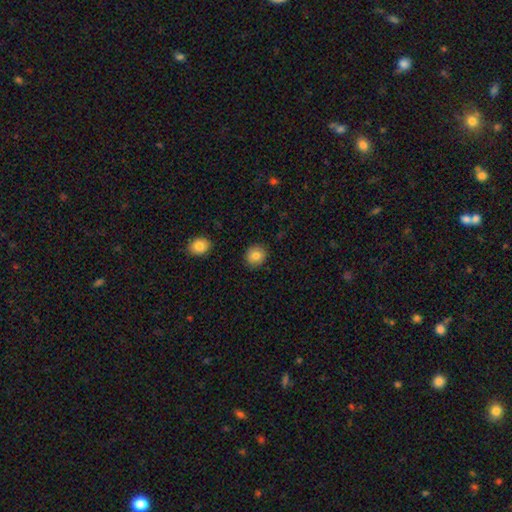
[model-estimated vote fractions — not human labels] Smooth or featured? smooth (84%)
How rounded? round (84%)
Merging? none (90%)